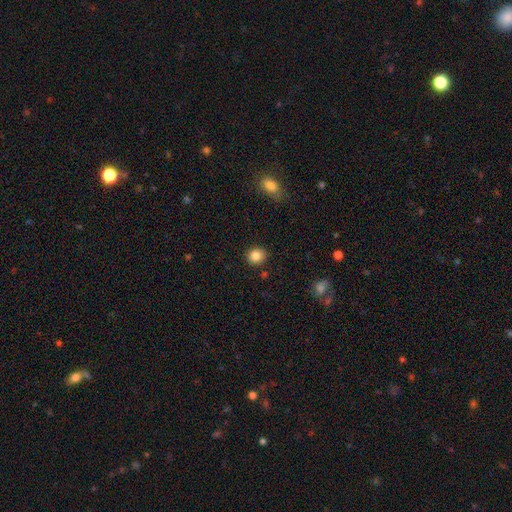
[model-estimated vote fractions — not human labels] This is clearly a smooth galaxy (85%). How rounded: likely round (79%). Merging: clearly none (89%).